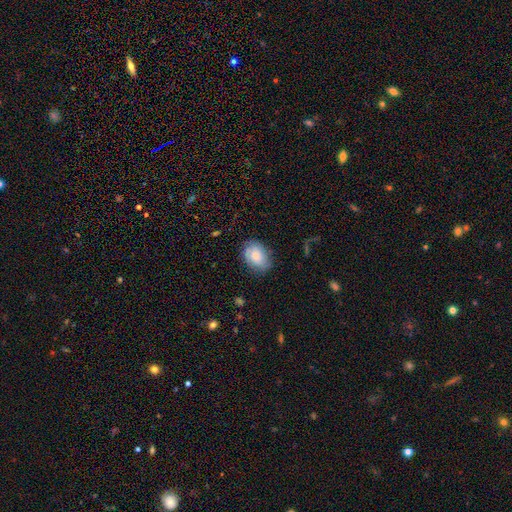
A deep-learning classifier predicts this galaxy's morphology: Smooth or featured? Predicted: smooth (p=0.67). How rounded? Predicted: in between (p=0.80). Merging? Predicted: none (p=0.73).